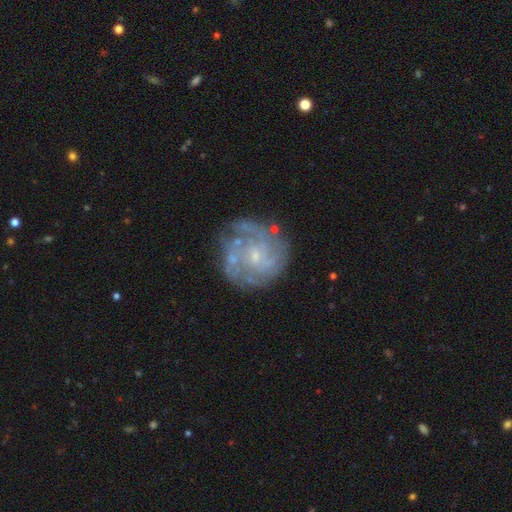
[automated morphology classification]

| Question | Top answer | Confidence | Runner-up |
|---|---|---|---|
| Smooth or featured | featured or disk | 78% | smooth (14%) |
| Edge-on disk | no | 98% | yes (2%) |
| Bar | no | 69% | weak (26%) |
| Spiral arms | yes | 85% | no (15%) |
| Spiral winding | tight | 58% | medium (32%) |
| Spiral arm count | can't tell | 39% | 3 (20%) |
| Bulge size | small | 73% | moderate (18%) |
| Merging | none | 70% | minor disturbance (17%) |